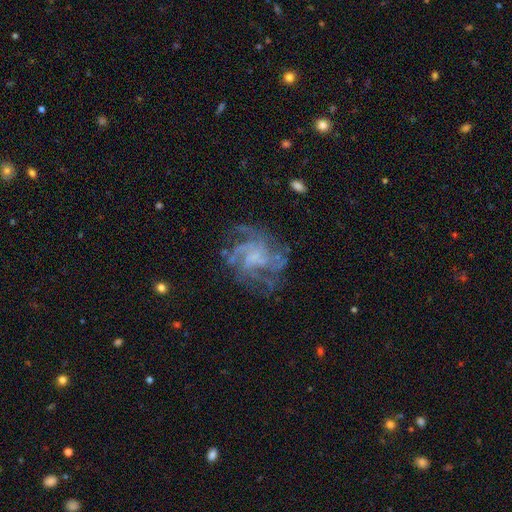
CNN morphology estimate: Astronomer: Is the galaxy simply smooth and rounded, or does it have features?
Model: featured or disk — 81%.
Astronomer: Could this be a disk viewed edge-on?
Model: no — 98%.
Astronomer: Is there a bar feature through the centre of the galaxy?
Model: no — 62%.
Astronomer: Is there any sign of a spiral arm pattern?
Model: yes — 92%.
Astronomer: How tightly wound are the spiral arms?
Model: medium — 45% (runner-up: tight, 37%).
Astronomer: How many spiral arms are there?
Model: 4 — 29% (runner-up: can't tell, 25%).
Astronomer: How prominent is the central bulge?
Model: none — 43% (runner-up: small, 31%).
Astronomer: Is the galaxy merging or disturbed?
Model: none — 66%.